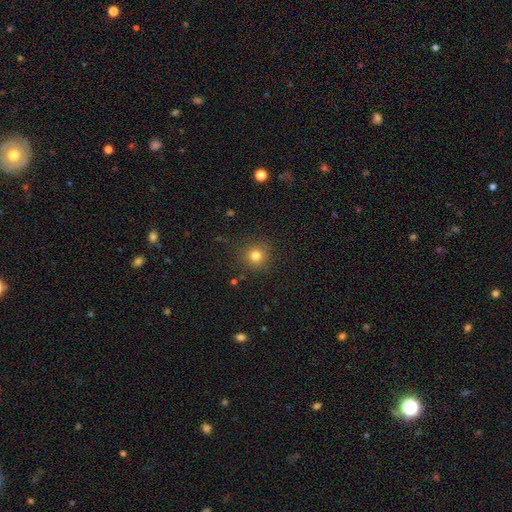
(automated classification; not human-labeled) Overall: smooth (79%). How rounded: round (93%). Merging: none (88%).